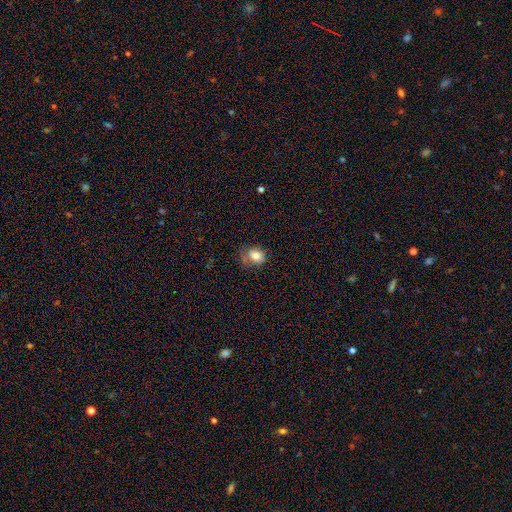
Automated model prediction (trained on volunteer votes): A smooth galaxy with no disk features (80%) that is in between round and cigar-shaped (55%).

Vote fractions:
- Smooth or featured? smooth: 80% / star or artifact: 11% / featured or disk: 9%
- How rounded? in between: 55% / round: 44% / cigar-shaped: 1%
- Merging? none: 52% / minor disturbance: 29% / major disturbance: 15% / merger: 4%